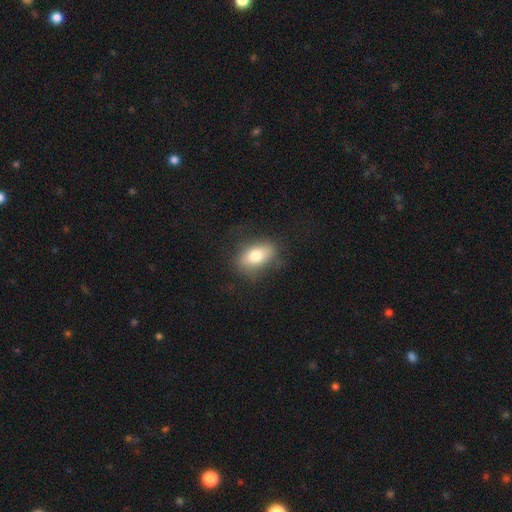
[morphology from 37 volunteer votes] smooth-or-featured: smooth: 76% | featured or disk: 19% | star or artifact: 5%
  how-rounded: in between: 75% | round: 25% | cigar-shaped: 0%
  merging: none: 60% | minor disturbance: 29% | major disturbance: 11% | merger: 0%